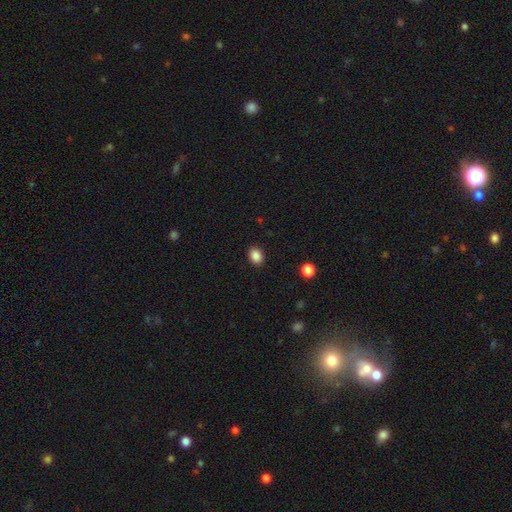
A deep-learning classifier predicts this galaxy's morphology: Smooth or featured?
  - smooth: 87% *
  - star or artifact: 10%
  - featured or disk: 3%
How rounded?
  - in between: 59% *
  - round: 40%
  - cigar-shaped: 1%
Merging?
  - none: 90% *
  - minor disturbance: 7%
  - major disturbance: 2%
  - merger: 1%